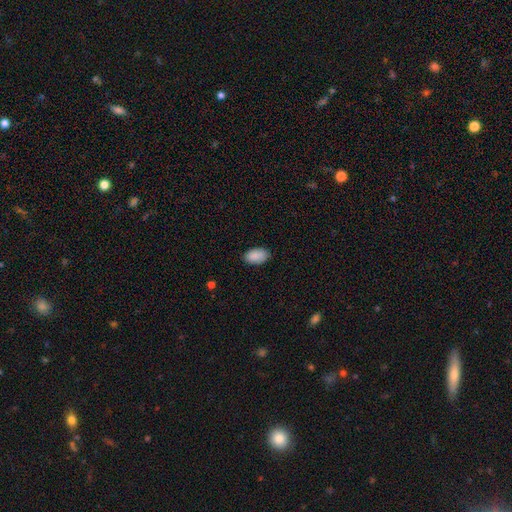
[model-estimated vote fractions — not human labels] smooth_or_featured: smooth (p=0.90) [alt: star or artifact p=0.07]
how_rounded: in between (p=0.95) [alt: round p=0.04]
merging: none (p=0.86) [alt: minor disturbance p=0.11]